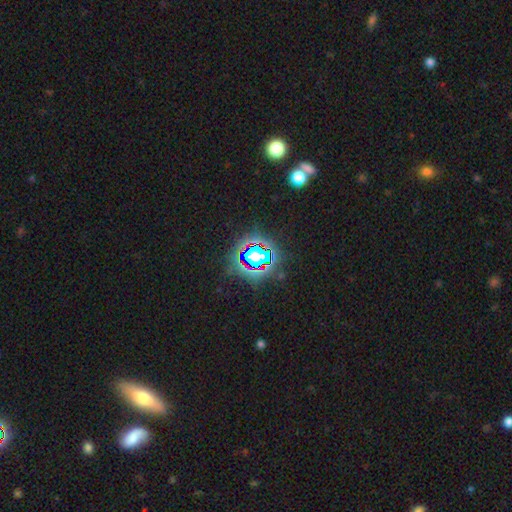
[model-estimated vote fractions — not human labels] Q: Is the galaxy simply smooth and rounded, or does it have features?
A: star or artifact — 71%.